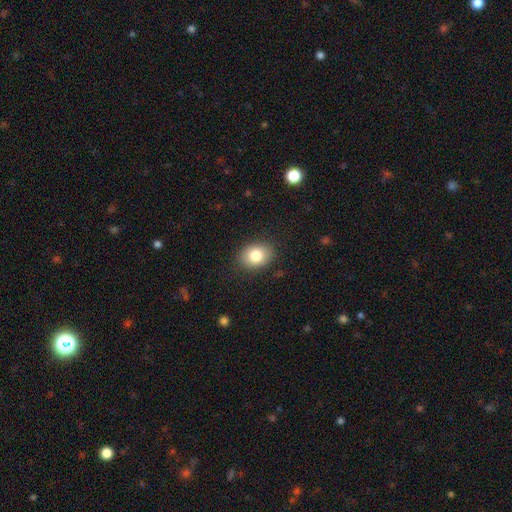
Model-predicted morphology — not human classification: Smooth or featured: smooth — 82% (featured or disk — 10%)
How rounded: in between — 66% (round — 33%)
Merging: none — 87% (minor disturbance — 10%)